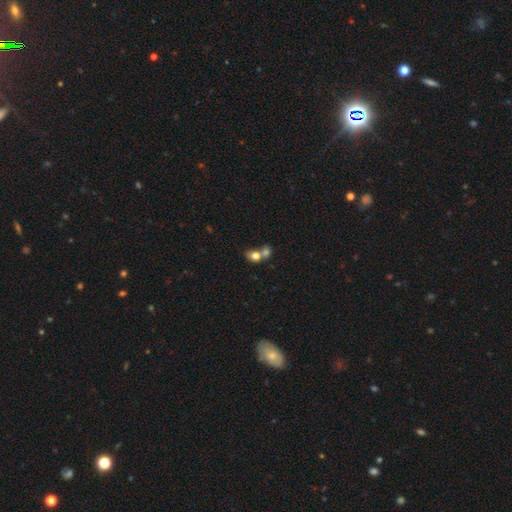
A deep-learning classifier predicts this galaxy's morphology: smooth_or_featured: smooth (p=0.77) [alt: featured or disk p=0.13]
how_rounded: in between (p=0.53) [alt: round p=0.46]
merging: merger (p=0.65) [alt: none p=0.24]